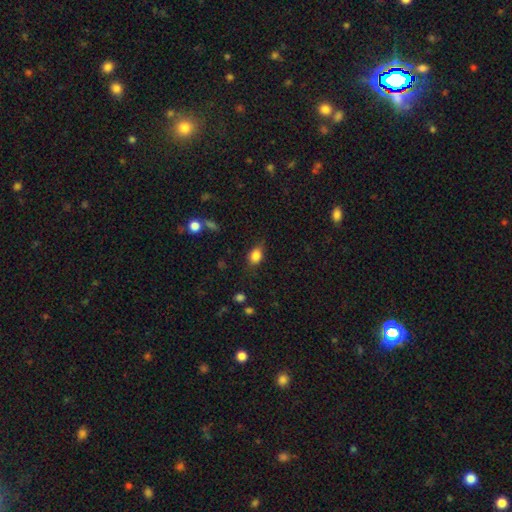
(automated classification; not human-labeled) smooth_or_featured: smooth (p=0.82) [alt: star or artifact p=0.10]
how_rounded: in between (p=0.69) [alt: round p=0.28]
merging: none (p=0.71) [alt: minor disturbance p=0.22]